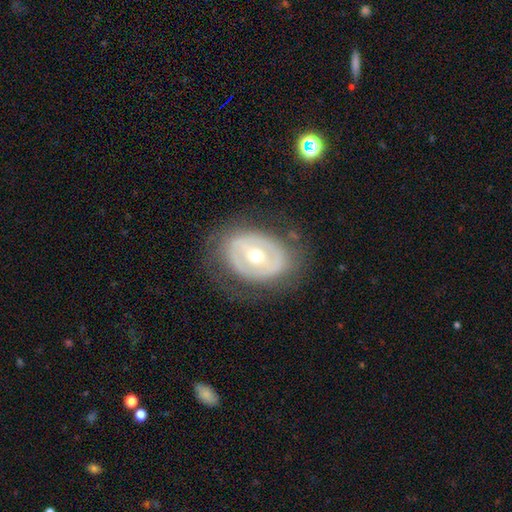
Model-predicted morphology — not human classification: Smooth or featured? Predicted: featured or disk (p=0.69). Edge-on disk? Predicted: no (p=0.94). Bar? Predicted: no (p=0.45). Spiral arms? Predicted: no (p=0.72). Bulge size? Predicted: moderate (p=0.56). Merging? Predicted: none (p=0.72).